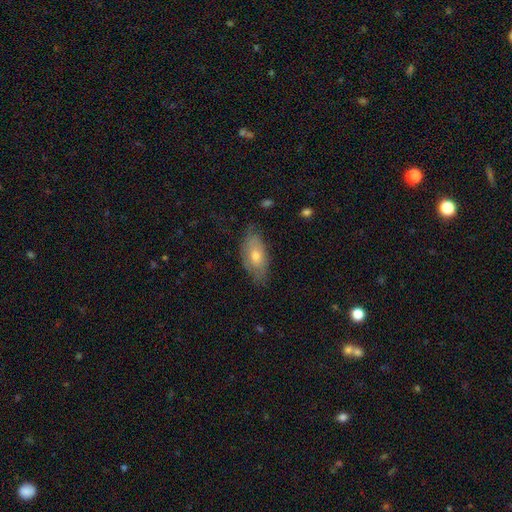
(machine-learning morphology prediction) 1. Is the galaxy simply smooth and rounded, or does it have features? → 57% smooth, 36% featured or disk, 7% star or artifact.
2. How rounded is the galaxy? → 88% in between, 8% cigar-shaped, 4% round.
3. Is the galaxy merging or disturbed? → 69% none, 24% minor disturbance, 5% major disturbance, 1% merger.